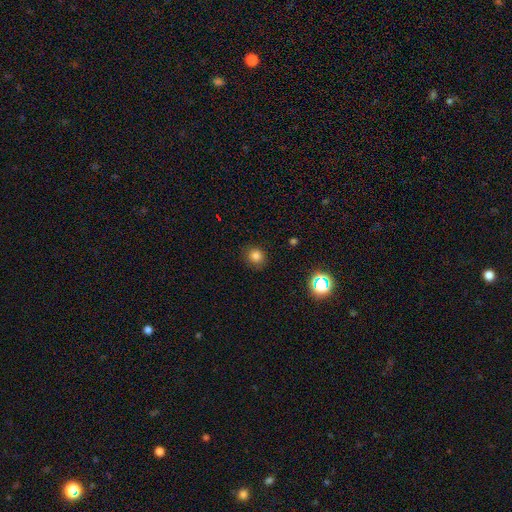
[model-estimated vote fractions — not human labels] A smooth galaxy with no disk features (81%) that is round (87%).

Vote fractions:
- Smooth or featured? smooth: 81% / star or artifact: 14% / featured or disk: 5%
- How rounded? round: 87% / in between: 12% / cigar-shaped: 1%
- Merging? none: 87% / minor disturbance: 9% / major disturbance: 3% / merger: 1%